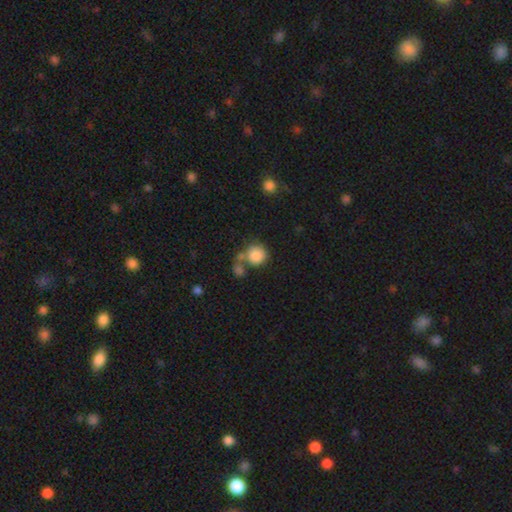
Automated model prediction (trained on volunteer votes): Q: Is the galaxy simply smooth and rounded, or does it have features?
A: smooth — 84%.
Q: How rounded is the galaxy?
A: round — 89%.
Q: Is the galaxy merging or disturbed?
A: none — 51%.